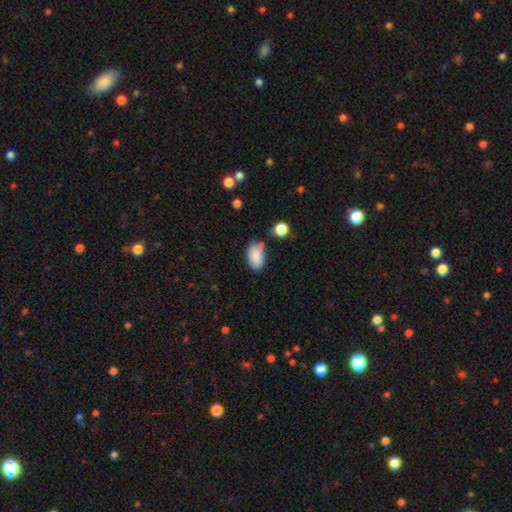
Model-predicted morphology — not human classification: Overall: smooth (86%). How rounded: in between (92%). Merging: none (65%).